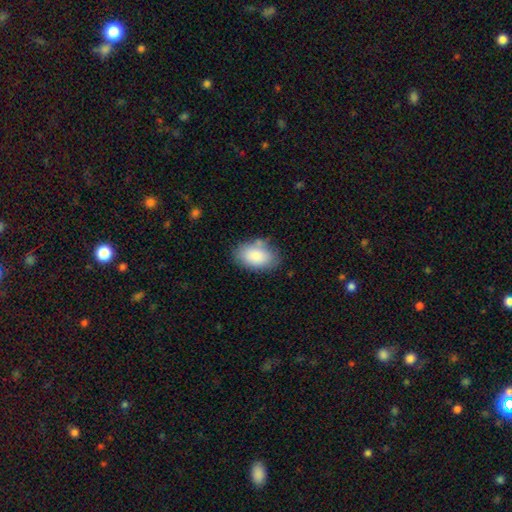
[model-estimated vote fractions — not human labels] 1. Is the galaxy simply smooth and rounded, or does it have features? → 86% smooth, 8% featured or disk, 7% star or artifact.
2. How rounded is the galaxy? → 91% in between, 7% round, 1% cigar-shaped.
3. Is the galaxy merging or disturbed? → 74% none, 17% minor disturbance, 4% major disturbance, 4% merger.